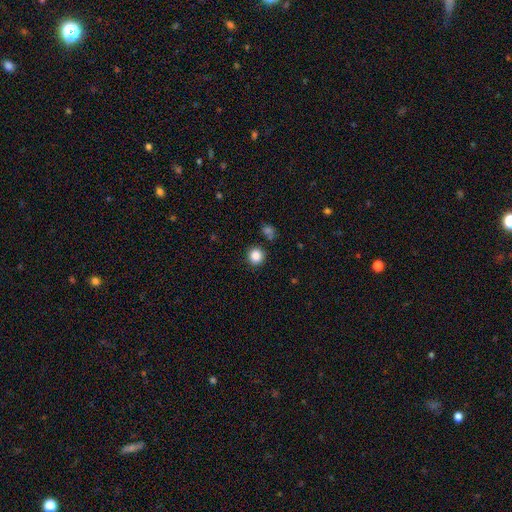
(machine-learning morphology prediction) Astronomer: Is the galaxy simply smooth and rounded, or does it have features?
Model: smooth — 86%.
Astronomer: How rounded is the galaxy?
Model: round — 93%.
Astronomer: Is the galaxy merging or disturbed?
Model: none — 87%.